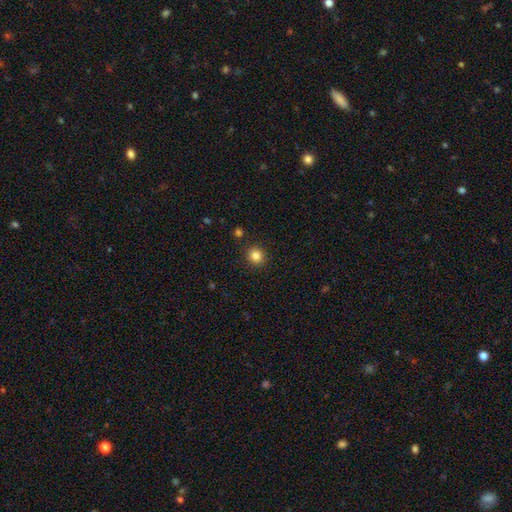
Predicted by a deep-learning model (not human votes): Q: Smooth or featured?
A: smooth (83%); runner-up: star or artifact (12%)
Q: How rounded?
A: round (90%); runner-up: in between (9%)
Q: Merging?
A: none (90%); runner-up: minor disturbance (6%)